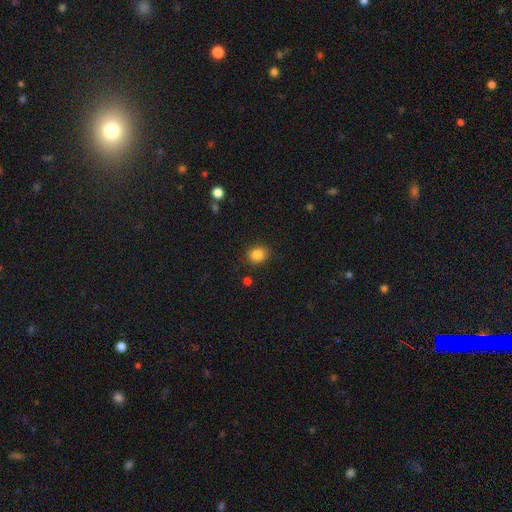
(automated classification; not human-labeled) The model was most divided on "how rounded": round: 69%, in between: 30%, cigar-shaped: 1%. More confident: merging — none (86%); smooth or featured — smooth (85%).